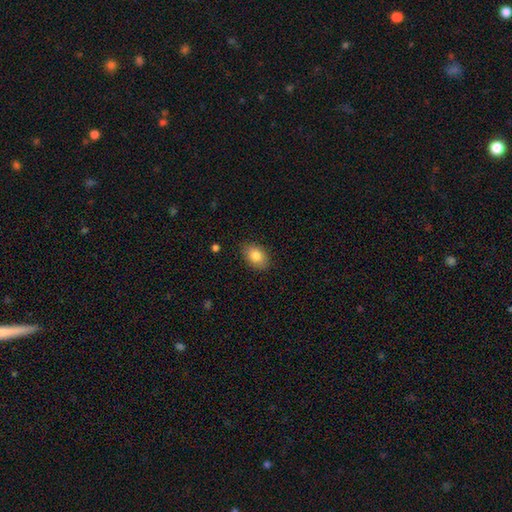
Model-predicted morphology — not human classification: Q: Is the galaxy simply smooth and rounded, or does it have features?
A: smooth — 83%.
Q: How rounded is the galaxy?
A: in between — 84%.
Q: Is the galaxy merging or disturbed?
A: none — 87%.